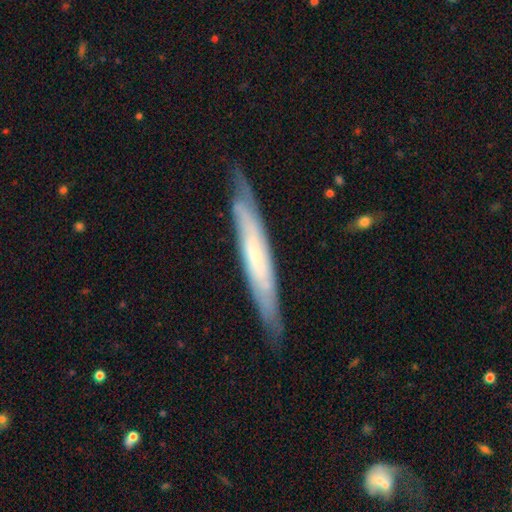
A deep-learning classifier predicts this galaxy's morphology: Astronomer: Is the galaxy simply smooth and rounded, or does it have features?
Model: featured or disk — 60%.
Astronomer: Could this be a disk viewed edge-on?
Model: yes — 75%.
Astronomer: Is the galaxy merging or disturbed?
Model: none — 80%.